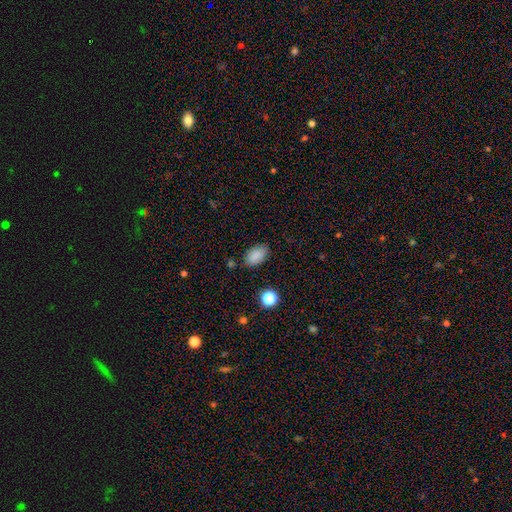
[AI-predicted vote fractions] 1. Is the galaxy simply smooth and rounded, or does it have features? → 87% smooth, 9% star or artifact, 5% featured or disk.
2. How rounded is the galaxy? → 92% in between, 5% round, 2% cigar-shaped.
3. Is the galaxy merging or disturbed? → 83% none, 12% minor disturbance, 3% major disturbance, 2% merger.